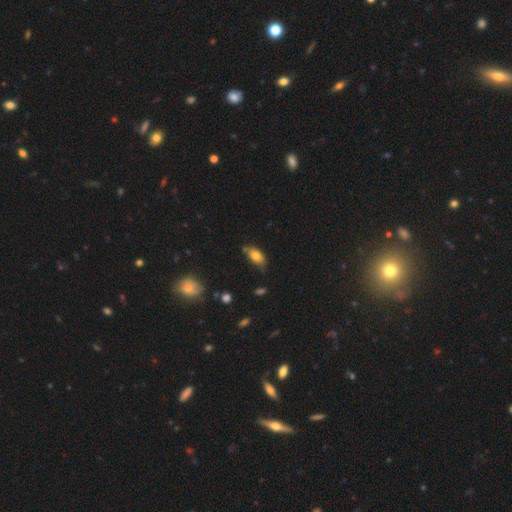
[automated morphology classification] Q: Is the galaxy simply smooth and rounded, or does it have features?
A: smooth — 77%.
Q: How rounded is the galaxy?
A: in between — 88%.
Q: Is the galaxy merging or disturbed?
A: none — 57%.